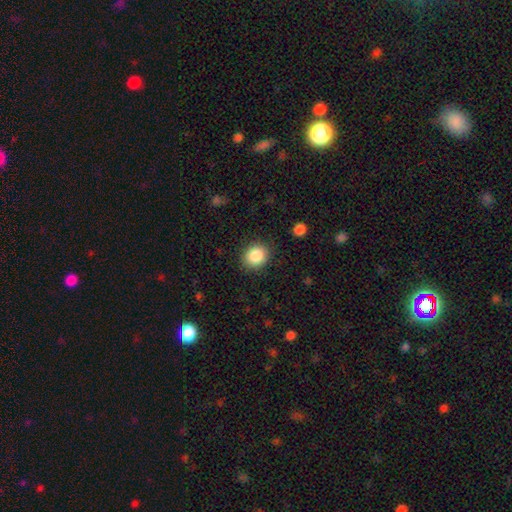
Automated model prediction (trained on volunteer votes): Smooth or featured?
  - smooth: 87% *
  - star or artifact: 9%
  - featured or disk: 4%
How rounded?
  - round: 74% *
  - in between: 26%
  - cigar-shaped: 1%
Merging?
  - none: 88% *
  - minor disturbance: 8%
  - major disturbance: 3%
  - merger: 1%